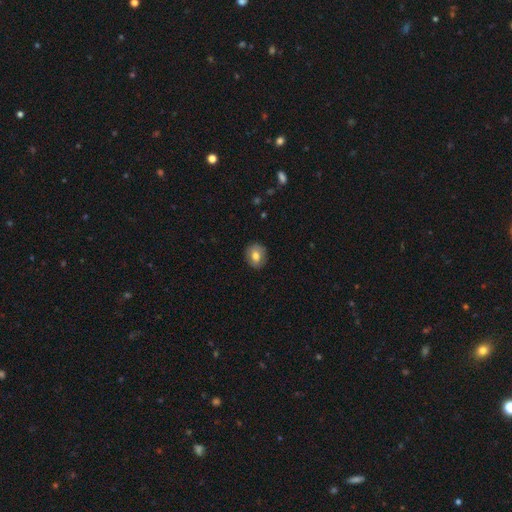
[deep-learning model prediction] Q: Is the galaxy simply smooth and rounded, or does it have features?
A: smooth — 72%.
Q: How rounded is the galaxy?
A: round — 69%.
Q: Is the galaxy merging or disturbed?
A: none — 87%.